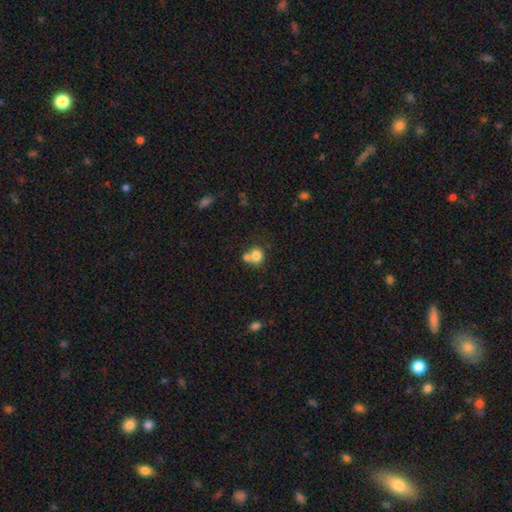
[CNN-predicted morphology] Smooth or featured? Predicted: smooth (p=0.79). How rounded? Predicted: round (p=0.64). Merging? Predicted: merger (p=0.46).